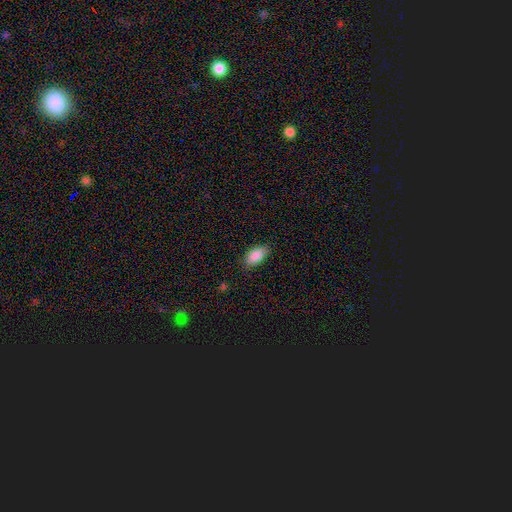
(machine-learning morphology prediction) Smooth or featured? smooth (88%)
How rounded? in between (93%)
Merging? none (83%)